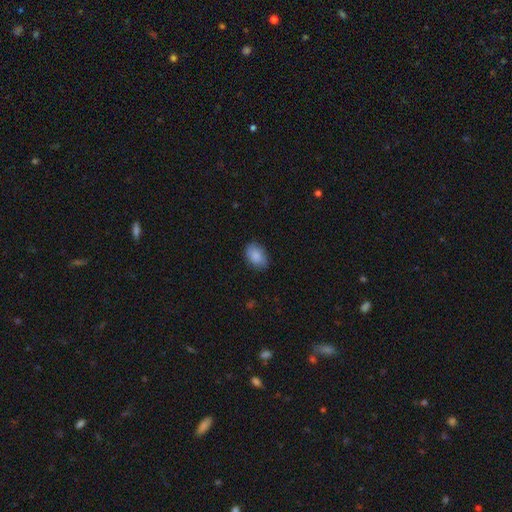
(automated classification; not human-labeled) This is clearly a smooth galaxy (86%). How rounded: clearly in between (85%). Merging: likely none (79%).